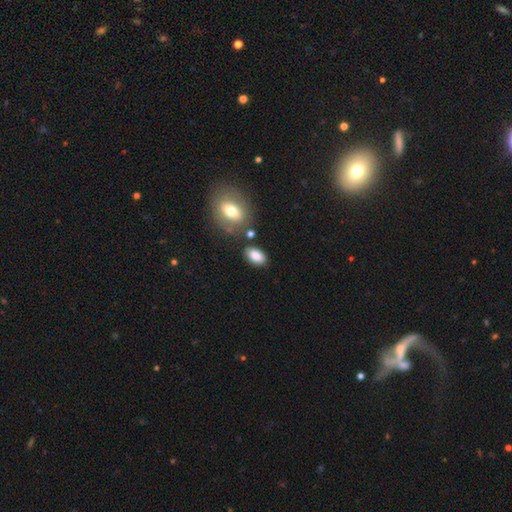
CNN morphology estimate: This is clearly a smooth galaxy (85%). How rounded: clearly in between (91%). Merging: likely none (76%).